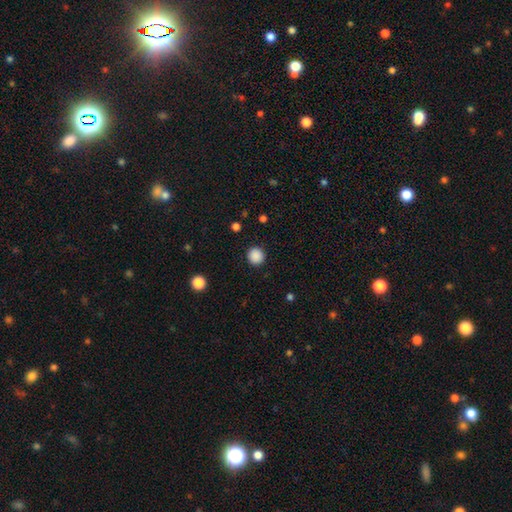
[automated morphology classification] A smooth galaxy with no disk features (88%) that is round (94%). Merging: none (92%).